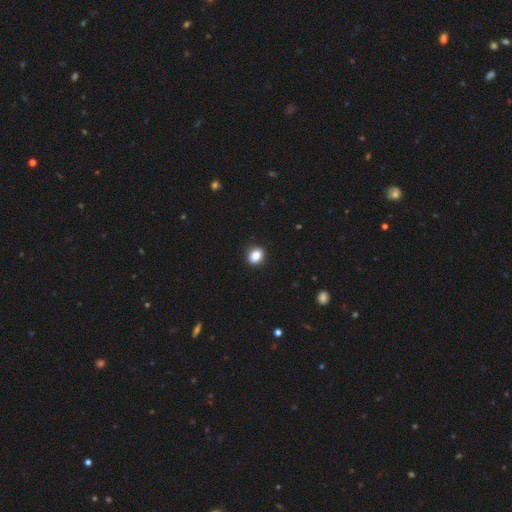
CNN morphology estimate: Overall: smooth (88%). How rounded: in between (57%; round 41%). Merging: none (89%).